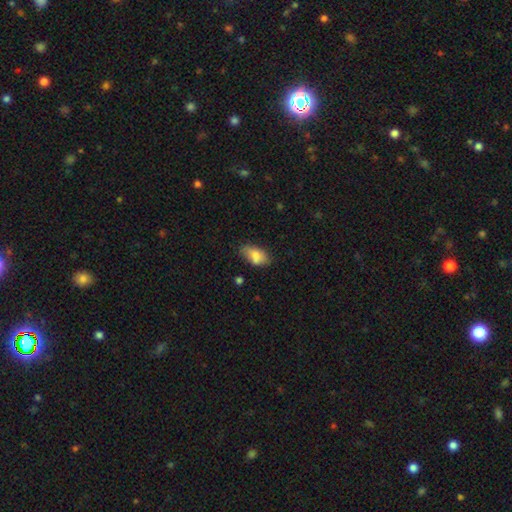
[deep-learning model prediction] A smooth galaxy with no disk features (81%) that is in between round and cigar-shaped (91%). Merging: none (59%).